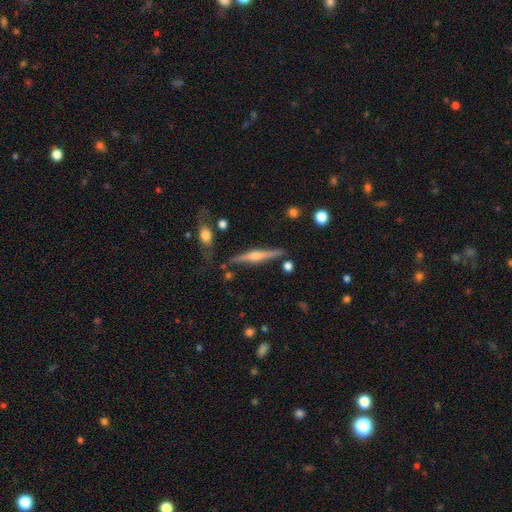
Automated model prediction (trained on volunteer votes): A featured or disk galaxy (76%) viewed edge-on (98%) with a rounded central bulge (90%).

Vote fractions:
- Smooth or featured? featured or disk: 76% / smooth: 18% / star or artifact: 6%
- Edge-on disk? yes: 98% / no: 2%
- Edge-on bulge? rounded: 90% / boxy: 6% / none: 4%
- Merging? none: 83% / minor disturbance: 11% / merger: 4% / major disturbance: 3%